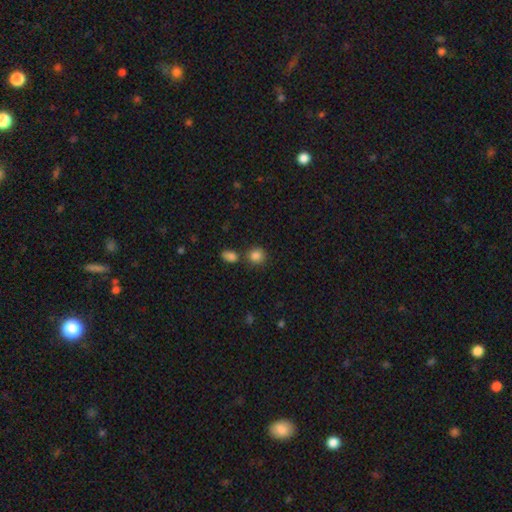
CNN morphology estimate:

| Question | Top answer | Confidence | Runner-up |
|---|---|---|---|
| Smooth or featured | smooth | 85% | star or artifact (10%) |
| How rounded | round | 81% | in between (18%) |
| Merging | none | 68% | merger (19%) |